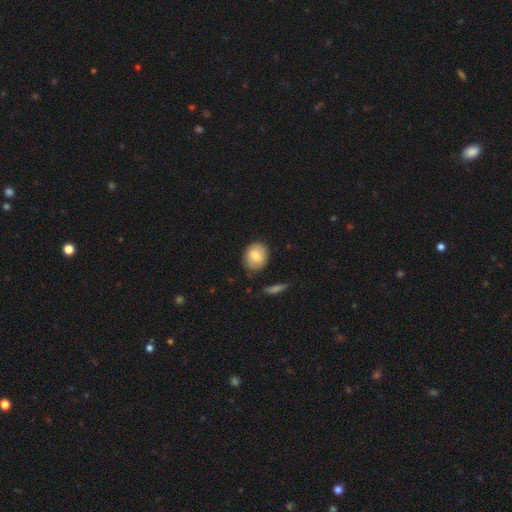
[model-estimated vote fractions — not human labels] Morphology: type=smooth (74%); roundness=round (54%); merging=none (76%).